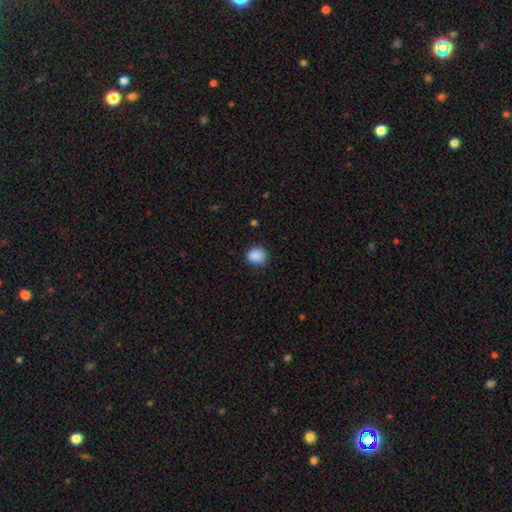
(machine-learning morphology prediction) Q: Smooth or featured?
A: smooth (88%); runner-up: star or artifact (9%)
Q: How rounded?
A: round (79%); runner-up: in between (20%)
Q: Merging?
A: none (83%); runner-up: minor disturbance (13%)